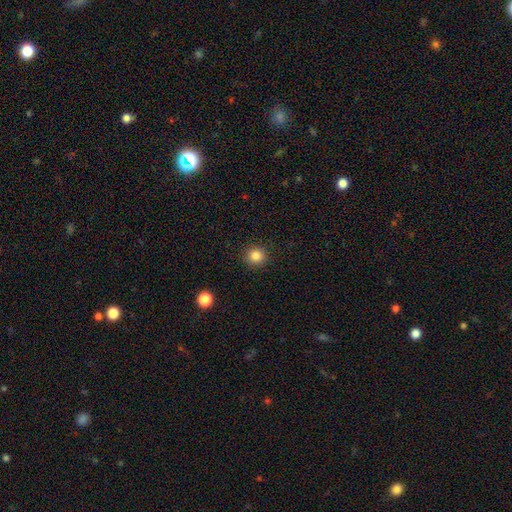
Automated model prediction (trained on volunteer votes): A smooth galaxy with no disk features (84%) that is round (91%).

Vote fractions:
- Smooth or featured? smooth: 84% / star or artifact: 11% / featured or disk: 5%
- How rounded? round: 91% / in between: 8% / cigar-shaped: 1%
- Merging? none: 92% / minor disturbance: 5% / major disturbance: 2% / merger: 1%